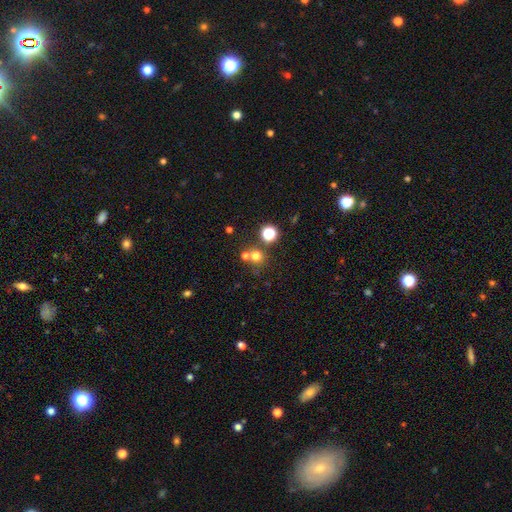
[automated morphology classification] smooth-or-featured: smooth: 66% | star or artifact: 24% | featured or disk: 10%
  how-rounded: round: 89% | in between: 10% | cigar-shaped: 1%
  merging: none: 63% | merger: 25% | minor disturbance: 8% | major disturbance: 4%